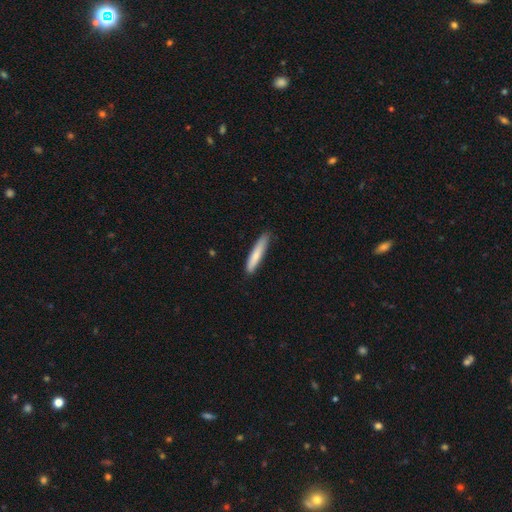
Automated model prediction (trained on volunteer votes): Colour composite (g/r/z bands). It shows a smooth galaxy with no disk features (78%) that is cigar-shaped (90%). Merging: none (81%).